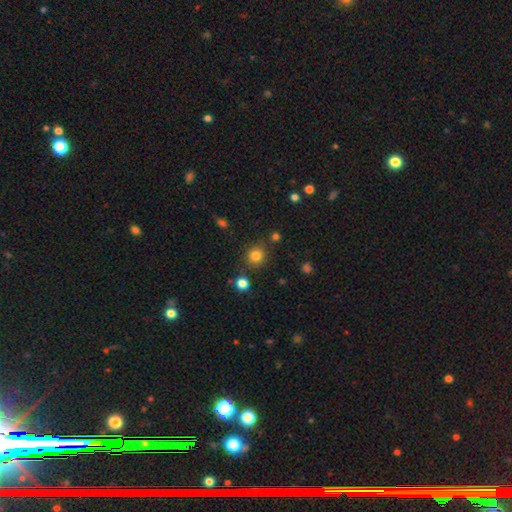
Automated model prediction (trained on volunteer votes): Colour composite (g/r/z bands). It shows a smooth galaxy with no disk features (81%) that is round (88%). Merging: none (83%).